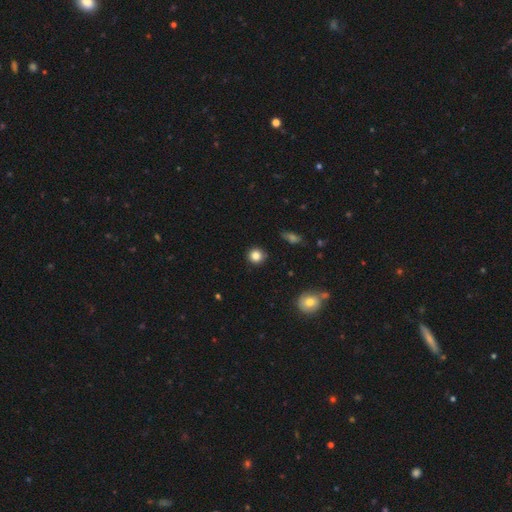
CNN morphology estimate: A smooth galaxy with no disk features (84%) that is round (93%).

Vote fractions:
- Smooth or featured? smooth: 84% / star or artifact: 11% / featured or disk: 5%
- How rounded? round: 93% / in between: 6% / cigar-shaped: 1%
- Merging? none: 90% / minor disturbance: 7% / major disturbance: 2% / merger: 1%